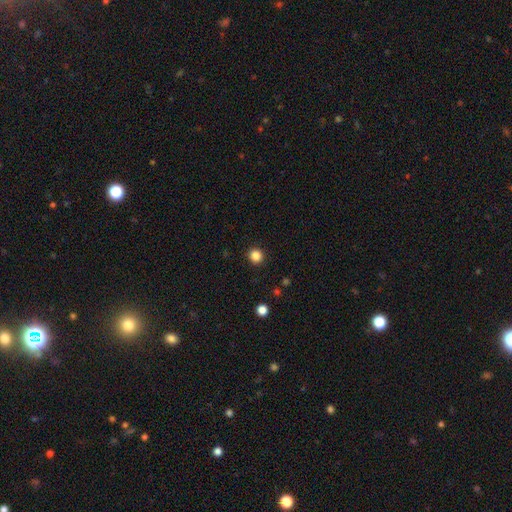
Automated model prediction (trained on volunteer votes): Smooth or featured?
  - smooth: 85% *
  - star or artifact: 12%
  - featured or disk: 3%
How rounded?
  - round: 94% *
  - in between: 5%
  - cigar-shaped: 1%
Merging?
  - none: 92% *
  - minor disturbance: 5%
  - major disturbance: 2%
  - merger: 1%